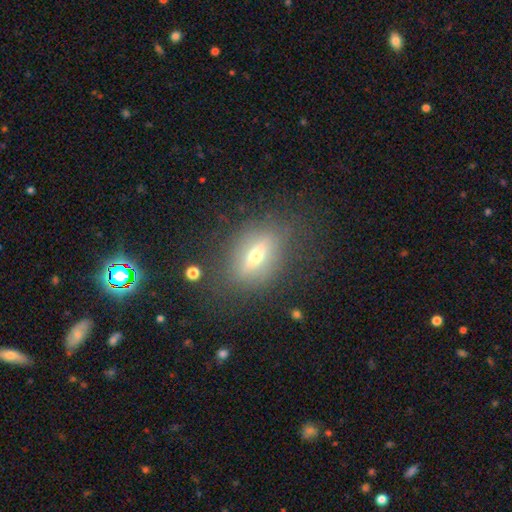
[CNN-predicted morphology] Smooth or featured? Predicted: featured or disk (p=0.53). Edge-on disk? Predicted: yes (p=0.60). Merging? Predicted: none (p=0.76).